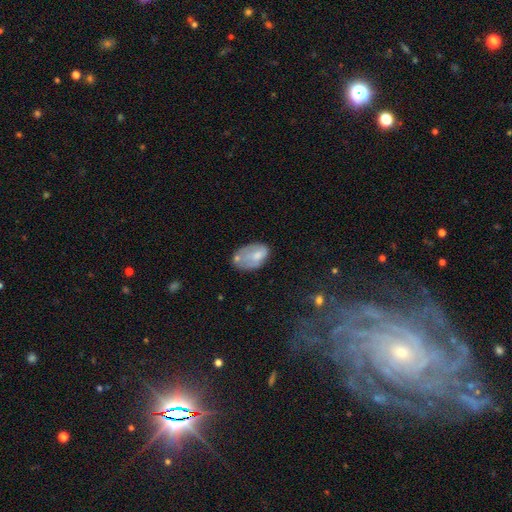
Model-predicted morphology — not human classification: Smooth or featured: smooth — 63% (featured or disk — 29%)
How rounded: in between — 90% (round — 8%)
Merging: none — 38% (minor disturbance — 32%)